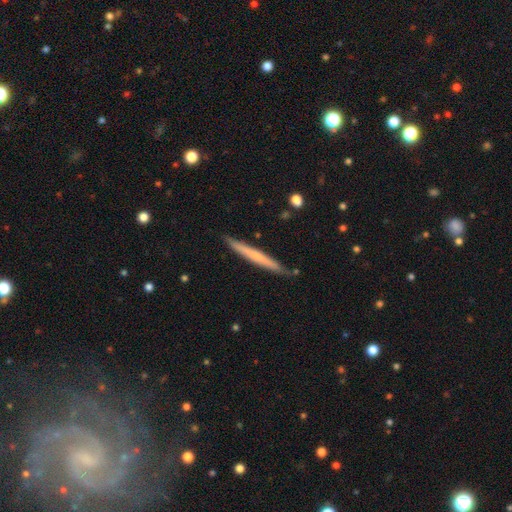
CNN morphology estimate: smooth 49%, featured or disk 45%, star or artifact 5%. Down the decision tree: merging — none (87%).